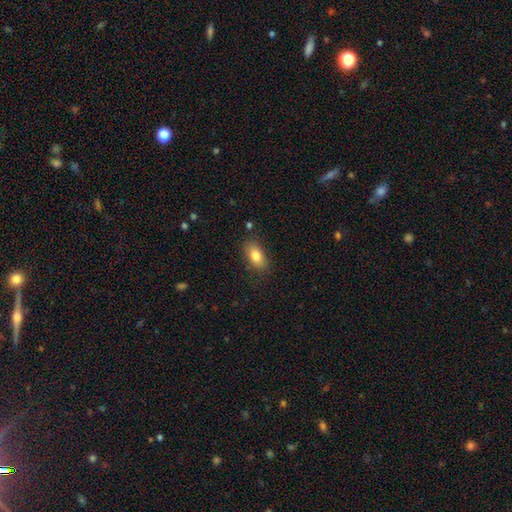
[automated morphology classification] This appears to be a smooth galaxy with no disk features (82%) that is in between round and cigar-shaped (88%). Merging: none (82%).